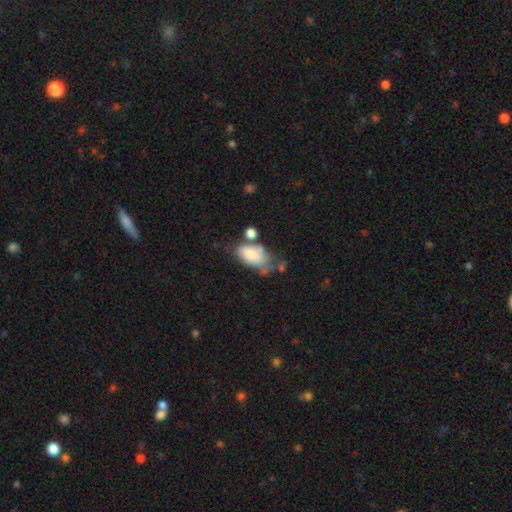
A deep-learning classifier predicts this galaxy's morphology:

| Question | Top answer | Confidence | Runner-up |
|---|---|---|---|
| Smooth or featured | smooth | 75% | featured or disk (17%) |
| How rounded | in between | 92% | round (6%) |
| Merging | none | 32% | minor disturbance (27%) |